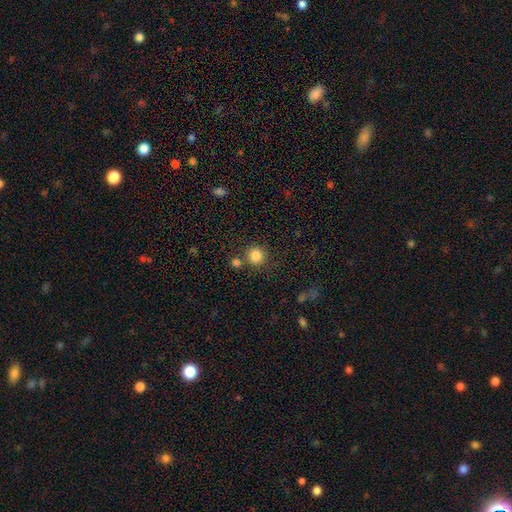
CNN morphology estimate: Q: Smooth or featured?
A: smooth (83%); runner-up: star or artifact (12%)
Q: How rounded?
A: round (94%); runner-up: in between (5%)
Q: Merging?
A: none (78%); runner-up: merger (11%)